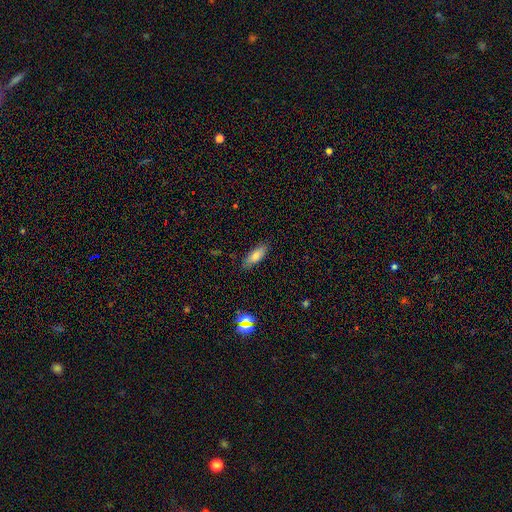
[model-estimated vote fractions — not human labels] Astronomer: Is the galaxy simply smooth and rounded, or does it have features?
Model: smooth — 78%.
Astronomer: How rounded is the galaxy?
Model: in between — 66%.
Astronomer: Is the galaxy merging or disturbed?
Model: none — 84%.